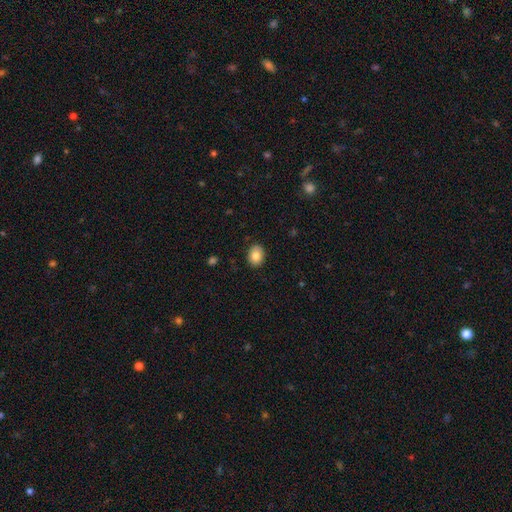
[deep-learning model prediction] Smooth or featured: smooth — 83% (featured or disk — 9%)
How rounded: in between — 61% (round — 38%)
Merging: none — 88% (minor disturbance — 9%)